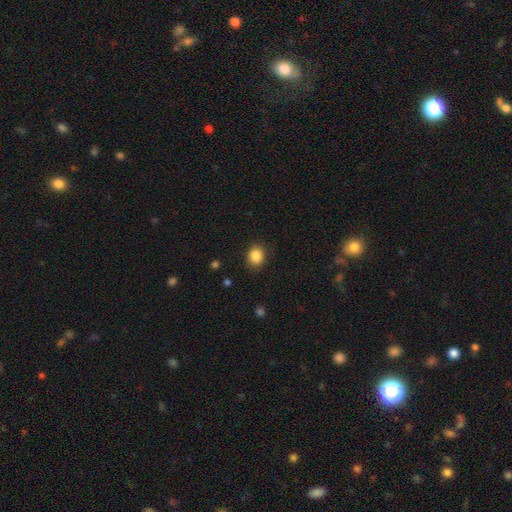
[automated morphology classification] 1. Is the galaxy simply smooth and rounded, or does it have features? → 87% smooth, 10% star or artifact, 4% featured or disk.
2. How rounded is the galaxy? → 67% round, 32% in between, 1% cigar-shaped.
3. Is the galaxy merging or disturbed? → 85% none, 11% minor disturbance, 3% major disturbance, 1% merger.